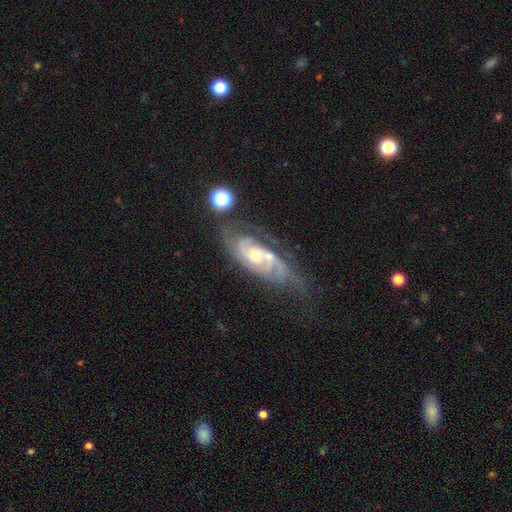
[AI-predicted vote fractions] Smooth or featured? Predicted: featured or disk (p=0.86). Edge-on disk? Predicted: no (p=0.94). Bar? Predicted: no (p=0.68). Spiral arms? Predicted: yes (p=0.95). Spiral winding? Predicted: tight (p=0.61). Spiral arm count? Predicted: 2 (p=0.50). Bulge size? Predicted: moderate (p=0.52). Merging? Predicted: none (p=0.53).